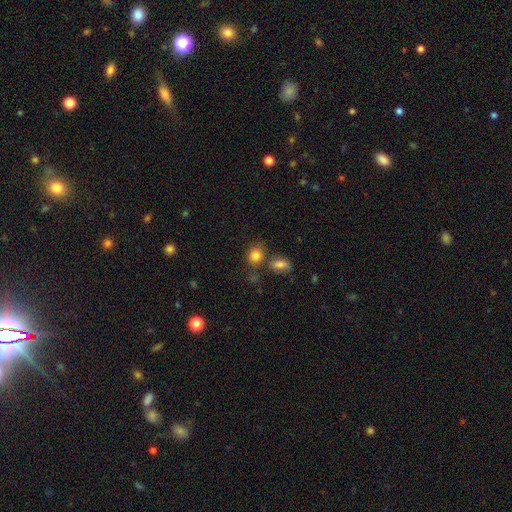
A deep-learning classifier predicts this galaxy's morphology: A smooth galaxy with no disk features (83%) that is round (68%). Merging: none (62%).